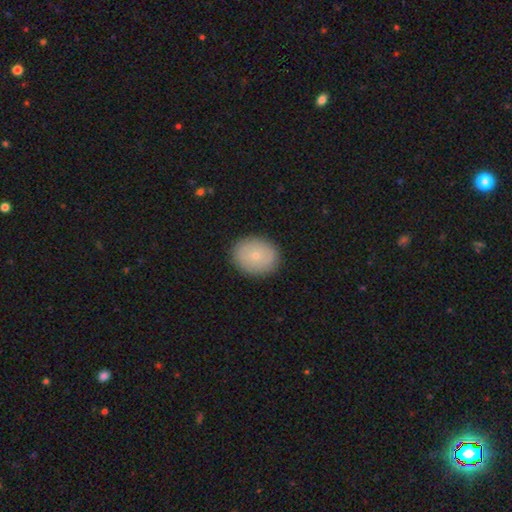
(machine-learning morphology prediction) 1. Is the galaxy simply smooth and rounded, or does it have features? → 69% smooth, 23% featured or disk, 8% star or artifact.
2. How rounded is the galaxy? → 57% round, 42% in between, 1% cigar-shaped.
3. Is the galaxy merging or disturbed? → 89% none, 8% minor disturbance, 2% major disturbance, 1% merger.